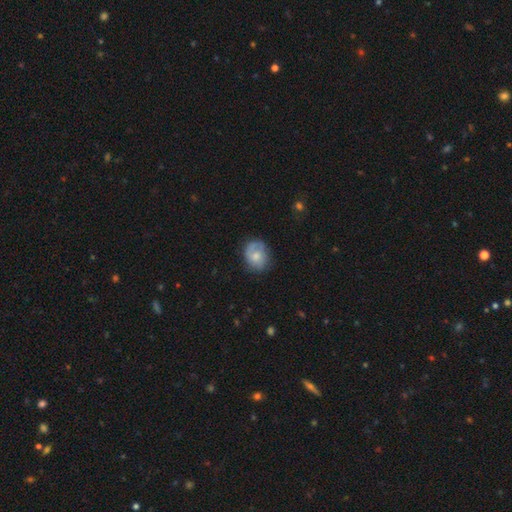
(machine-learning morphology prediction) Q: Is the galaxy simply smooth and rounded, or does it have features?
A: smooth — 51%.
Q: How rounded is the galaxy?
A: round — 54%.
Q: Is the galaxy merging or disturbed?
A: none — 66%.